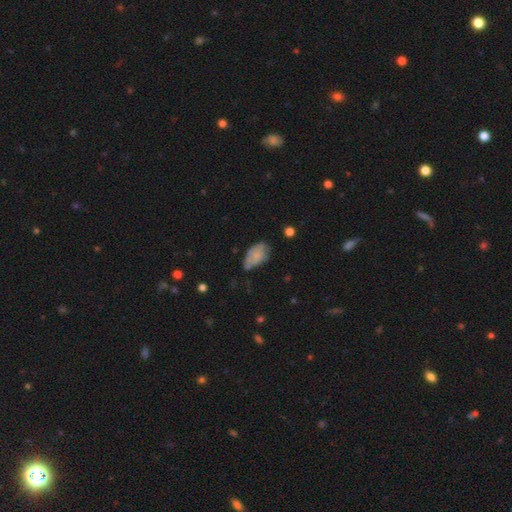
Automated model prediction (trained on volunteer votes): This appears to be a smooth galaxy with no disk features (65%) that is in between round and cigar-shaped (92%). Merging: none (46%).